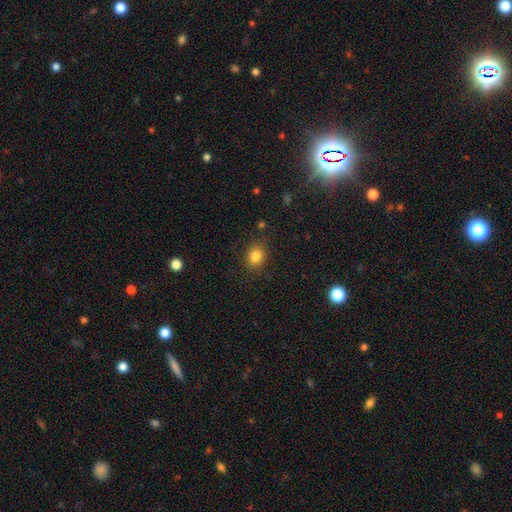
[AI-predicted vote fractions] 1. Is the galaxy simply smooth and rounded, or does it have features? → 83% smooth, 11% star or artifact, 6% featured or disk.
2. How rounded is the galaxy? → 56% round, 43% in between, 1% cigar-shaped.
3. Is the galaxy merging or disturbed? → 85% none, 10% minor disturbance, 3% major disturbance, 1% merger.